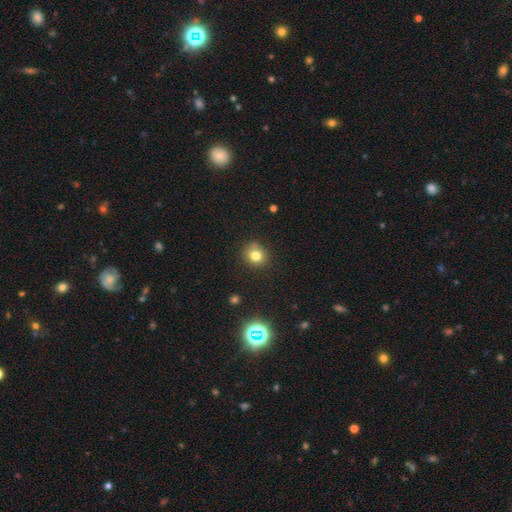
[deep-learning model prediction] Smooth or featured? Predicted: smooth (p=0.76). How rounded? Predicted: round (p=0.81). Merging? Predicted: none (p=0.76).